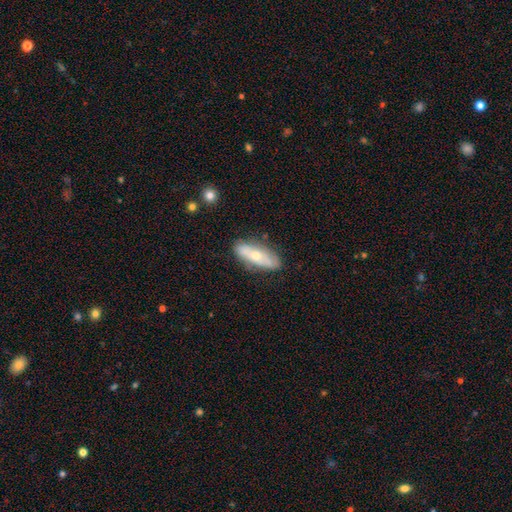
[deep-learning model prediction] Morphology: type=smooth (50%); merging=none (79%).